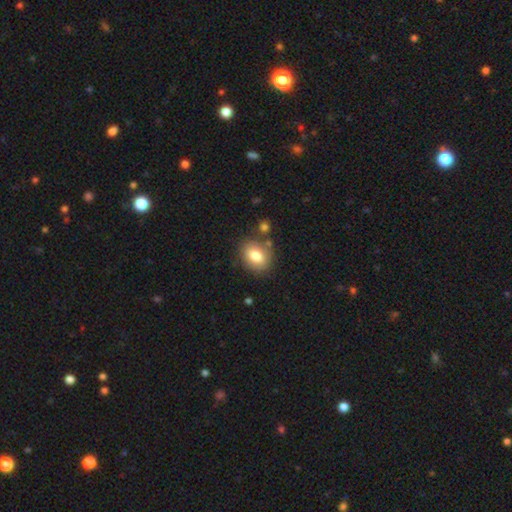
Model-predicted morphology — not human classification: Overall: smooth (79%). How rounded: in between (51%; round 48%). Merging: none (74%).